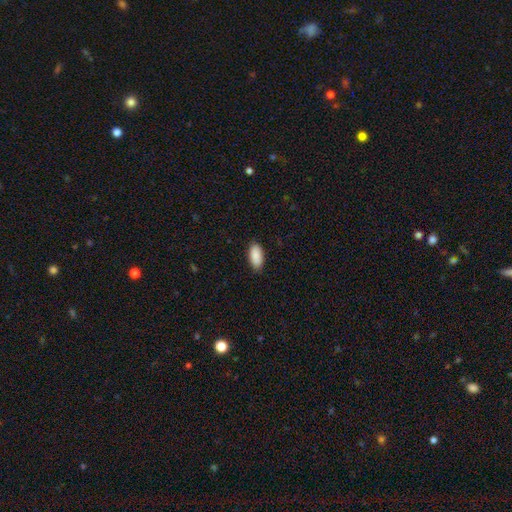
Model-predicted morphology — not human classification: Smooth or featured? smooth (91%)
How rounded? in between (92%)
Merging? none (88%)